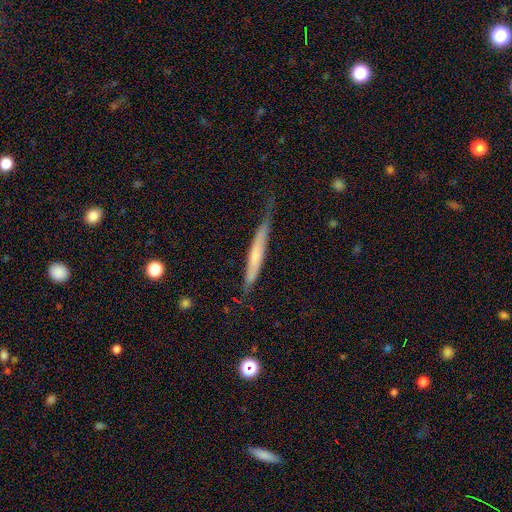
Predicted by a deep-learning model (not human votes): Smooth or featured: featured or disk — 48% (smooth — 47%)
Merging: none — 59% (minor disturbance — 30%)